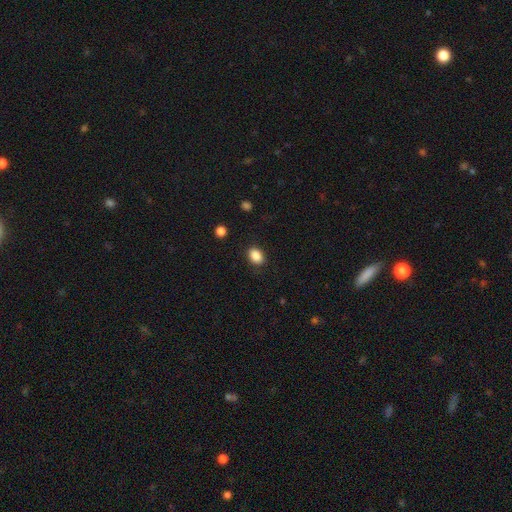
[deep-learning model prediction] This appears to be a smooth galaxy with no disk features (88%) that is in between round and cigar-shaped (73%). Merging: none (86%).